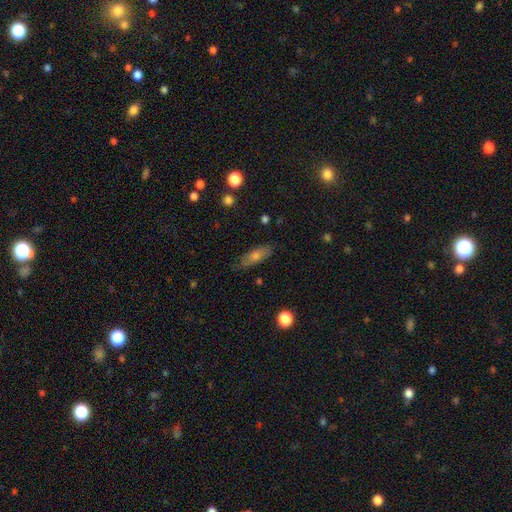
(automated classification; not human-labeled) smooth 60%, featured or disk 30%, star or artifact 10%. Down the decision tree: how rounded — in between (61%); merging — none (81%).